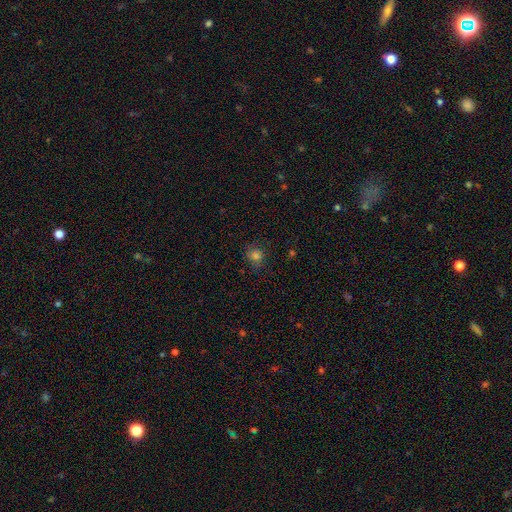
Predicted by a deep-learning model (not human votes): smooth-or-featured: smooth: 71% | star or artifact: 19% | featured or disk: 10%
  how-rounded: round: 75% | in between: 24% | cigar-shaped: 1%
  merging: none: 71% | minor disturbance: 19% | major disturbance: 8% | merger: 2%